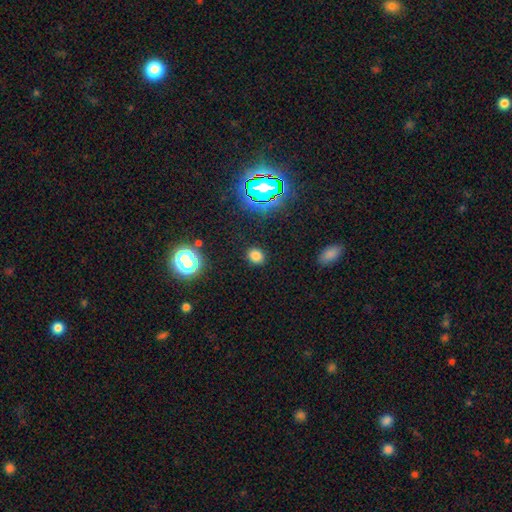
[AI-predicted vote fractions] Smooth or featured? smooth (74%)
How rounded? round (70%)
Merging? none (88%)